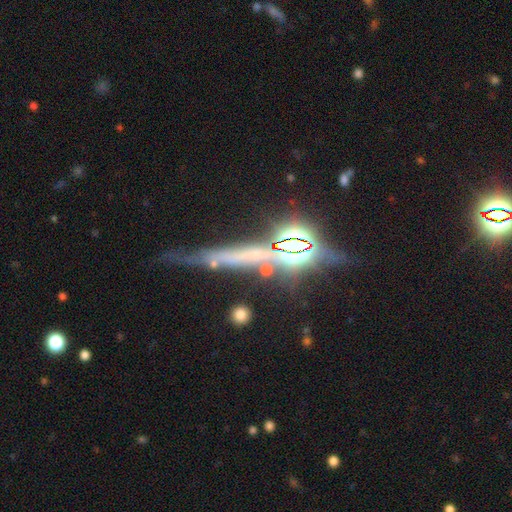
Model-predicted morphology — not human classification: The model was most divided on "smooth or featured": star or artifact: 48%, featured or disk: 35%, smooth: 17%.